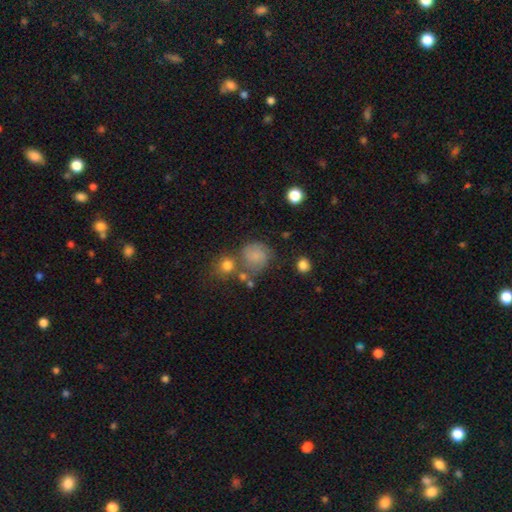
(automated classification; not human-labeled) Smooth or featured? smooth (53%)
How rounded? round (79%)
Merging? none (58%)